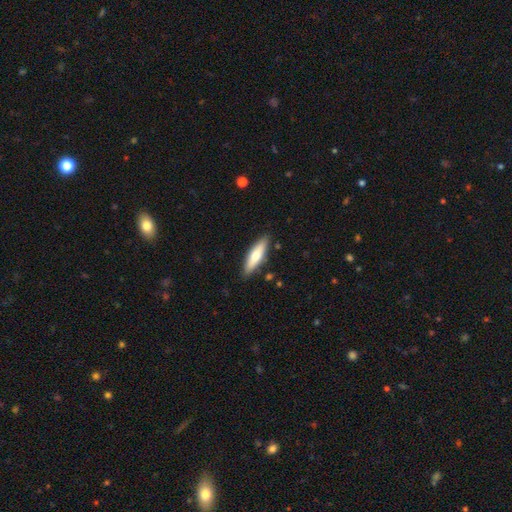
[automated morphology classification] This is likely a smooth galaxy (62%). How rounded: likely cigar-shaped (60%). Merging: clearly none (86%).